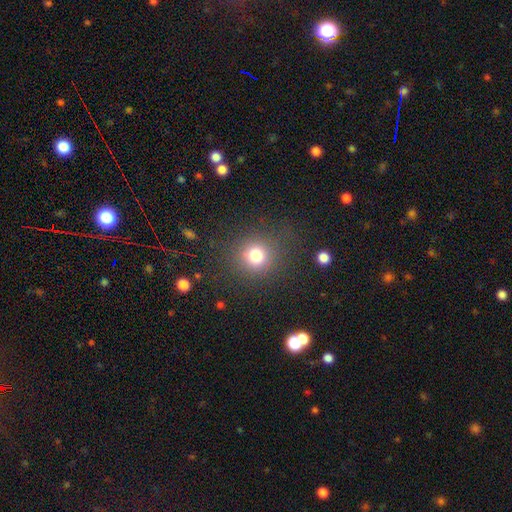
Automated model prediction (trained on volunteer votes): A smooth galaxy with no disk features (77%) that is round (90%).

Vote fractions:
- Smooth or featured? smooth: 77% / star or artifact: 15% / featured or disk: 8%
- How rounded? round: 90% / in between: 9% / cigar-shaped: 1%
- Merging? none: 84% / minor disturbance: 9% / major disturbance: 5% / merger: 2%